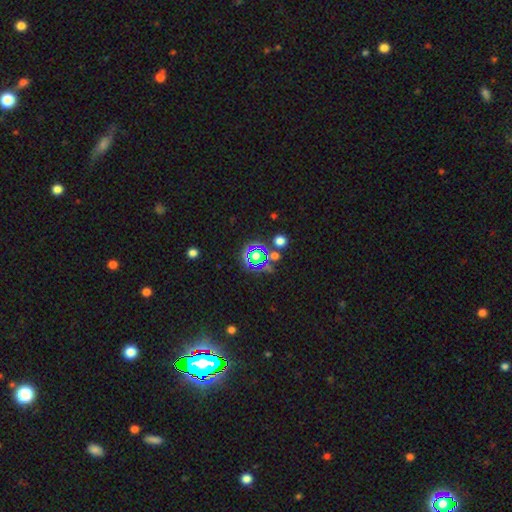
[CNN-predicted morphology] A star or artifact, not a galaxy (59%).